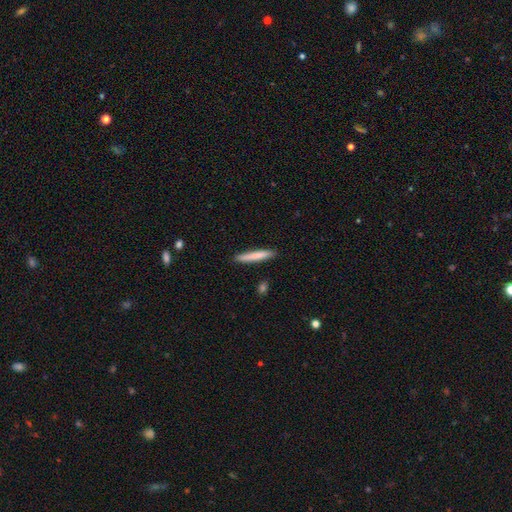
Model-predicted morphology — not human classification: A smooth galaxy with no disk features (78%) that is cigar-shaped (95%).

Vote fractions:
- Smooth or featured? smooth: 78% / featured or disk: 16% / star or artifact: 6%
- How rounded? cigar-shaped: 95% / in between: 4% / round: 1%
- Merging? none: 89% / minor disturbance: 8% / major disturbance: 2% / merger: 1%